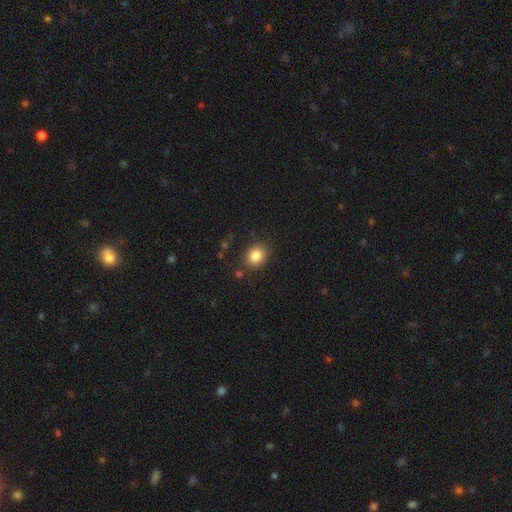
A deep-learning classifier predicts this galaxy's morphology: This appears to be a smooth galaxy with no disk features (84%) that is round (61%). Merging: none (84%).